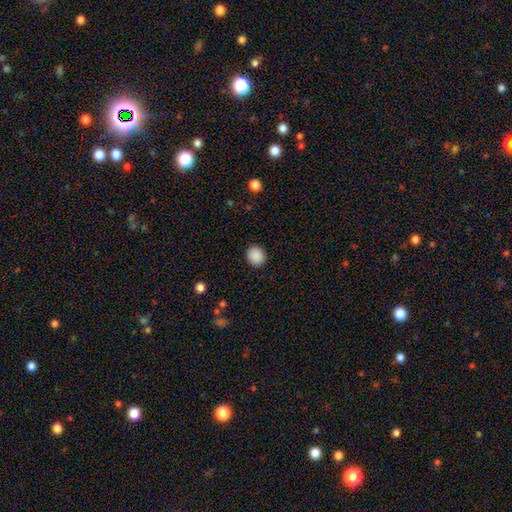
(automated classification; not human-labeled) Smooth or featured? Predicted: smooth (p=0.89). How rounded? Predicted: round (p=0.83). Merging? Predicted: none (p=0.91).